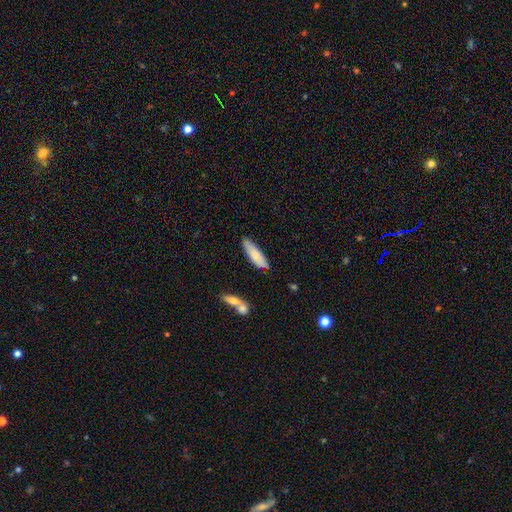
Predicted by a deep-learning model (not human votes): This appears to be a smooth galaxy with no disk features (79%) that is cigar-shaped (61%). Merging: none (78%).